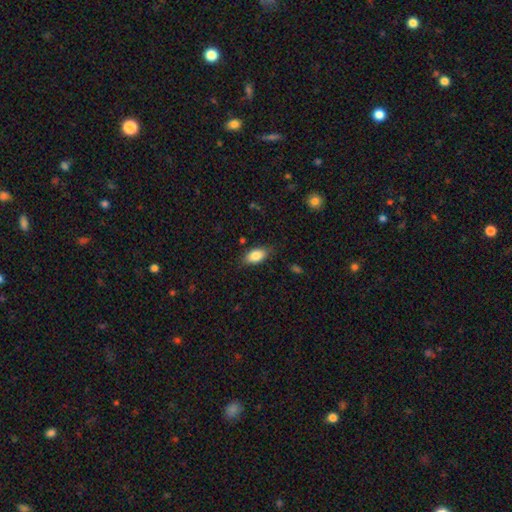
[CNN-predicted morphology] Smooth or featured? smooth (83%)
How rounded? in between (90%)
Merging? none (81%)